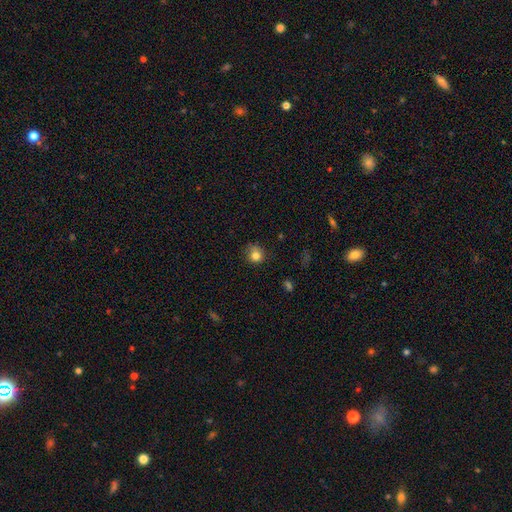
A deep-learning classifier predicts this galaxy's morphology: type=smooth (80%); roundness=round (83%); merging=none (67%).